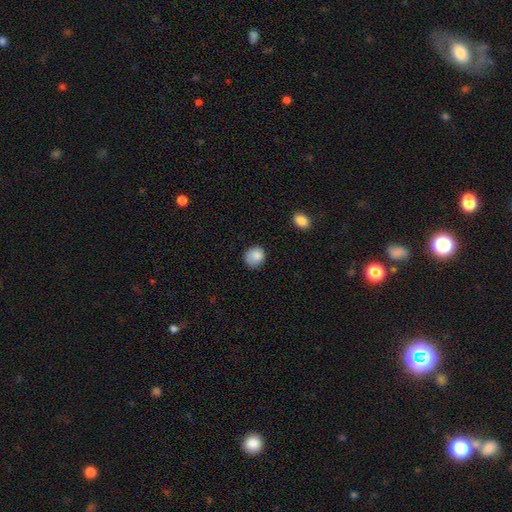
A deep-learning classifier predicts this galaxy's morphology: This is clearly a smooth galaxy (86%). How rounded: clearly round (80%). Merging: likely none (75%).